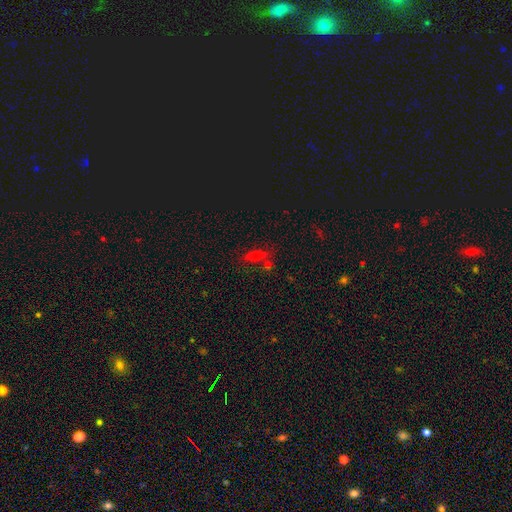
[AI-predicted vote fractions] A smooth galaxy with no disk features (49%).

Vote fractions:
- Smooth or featured? smooth: 49% / featured or disk: 27% / star or artifact: 24%
- Merging? none: 61% / merger: 19% / minor disturbance: 13% / major disturbance: 6%